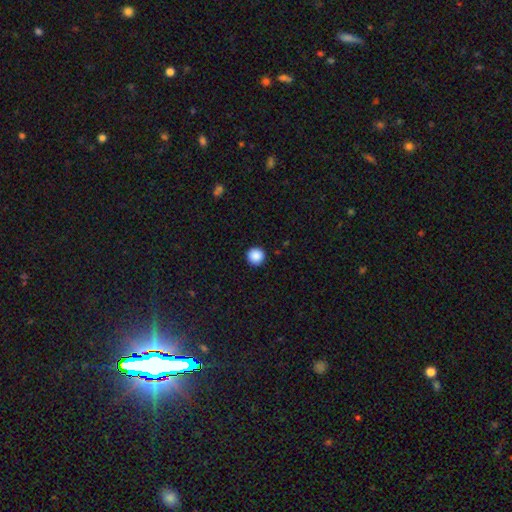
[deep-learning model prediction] A smooth galaxy with no disk features (88%) that is round (96%). Merging: none (93%).